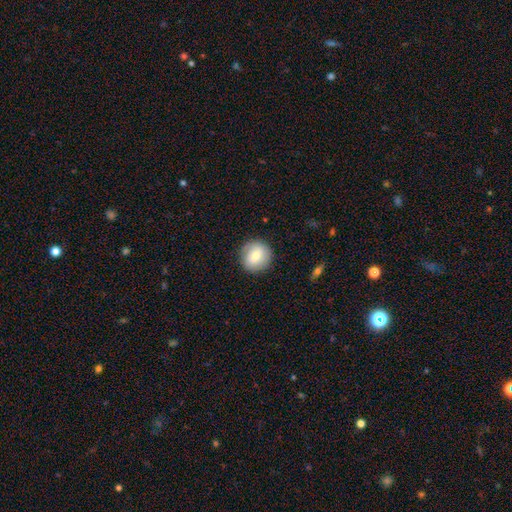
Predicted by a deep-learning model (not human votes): This is likely a smooth galaxy (72%). How rounded: clearly round (90%). Merging: clearly none (86%).